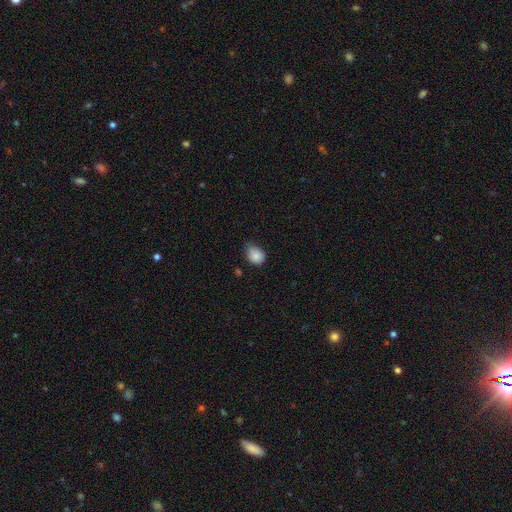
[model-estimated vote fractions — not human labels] Morphology: type=smooth (85%); roundness=in between (51%); merging=none (48%).